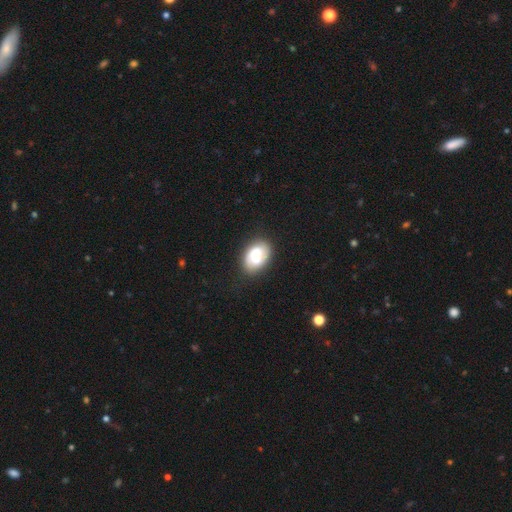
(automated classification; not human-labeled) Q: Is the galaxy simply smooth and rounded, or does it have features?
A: smooth — 63%.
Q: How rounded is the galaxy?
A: in between — 82%.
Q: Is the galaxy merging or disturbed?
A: none — 83%.